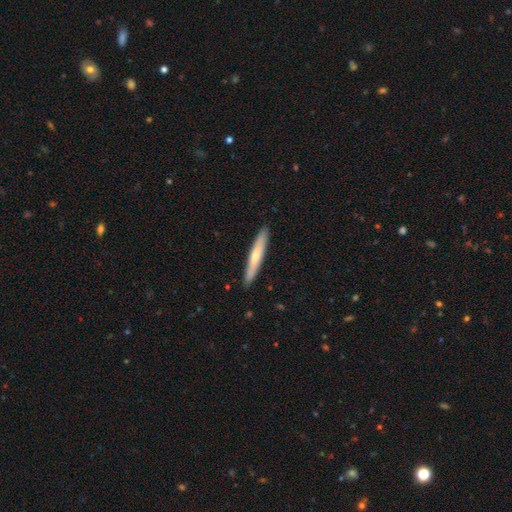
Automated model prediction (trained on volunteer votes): Smooth or featured? smooth (52%)
How rounded? cigar-shaped (94%)
Merging? none (91%)